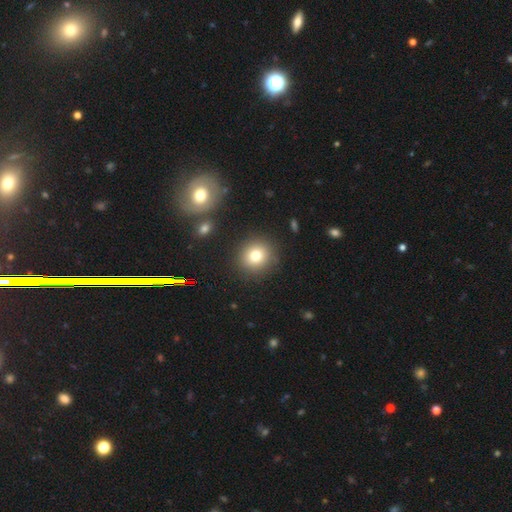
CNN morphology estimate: smooth 78%, star or artifact 13%, featured or disk 9%. Down the decision tree: how rounded — round (89%); merging — none (89%).